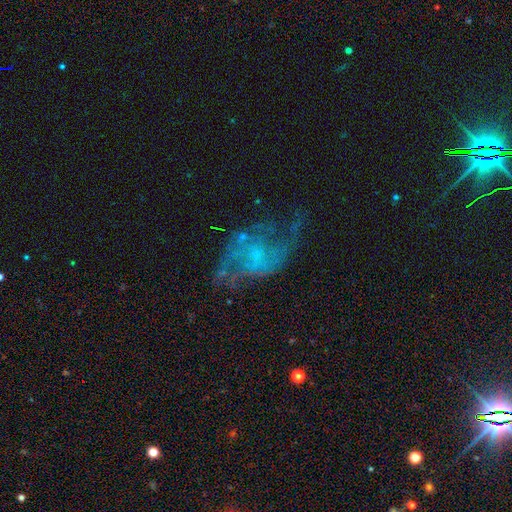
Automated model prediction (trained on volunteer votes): A featured or disk galaxy (76%) with no bar (65%), 2 (72%) loose (54%) spiral arms (80%) and a small central bulge (42%, tied with none).

Vote fractions:
- Smooth or featured? featured or disk: 76% / smooth: 13% / star or artifact: 11%
- Edge-on disk? no: 97% / yes: 3%
- Bar? no: 65% / weak: 30% / strong: 5%
- Spiral arms? yes: 80% / no: 20%
- Spiral winding? loose: 54% / medium: 35% / tight: 11%
- Spiral arm count? 2: 72% / can't tell: 15% / 1: 4% / 3: 4% / 4: 2% / more than 4: 2%
- Bulge size? small: 42% (tied) / none: 42% (tied) / moderate: 13% / large: 2% / dominant: 1%
- Merging? none: 51% / major disturbance: 25% / minor disturbance: 21% / merger: 3%